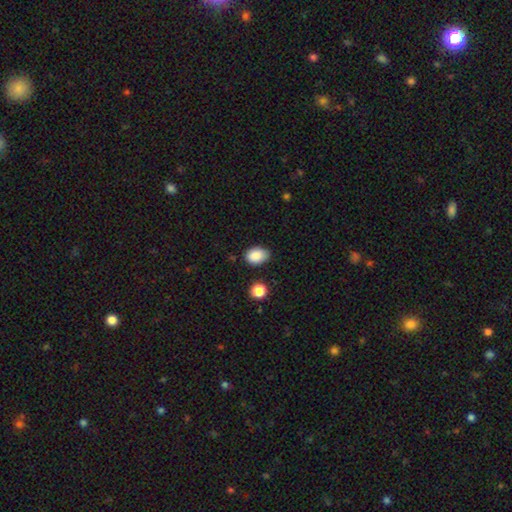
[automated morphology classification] Smooth or featured? Predicted: smooth (p=0.87). How rounded? Predicted: in between (p=0.76). Merging? Predicted: none (p=0.72).